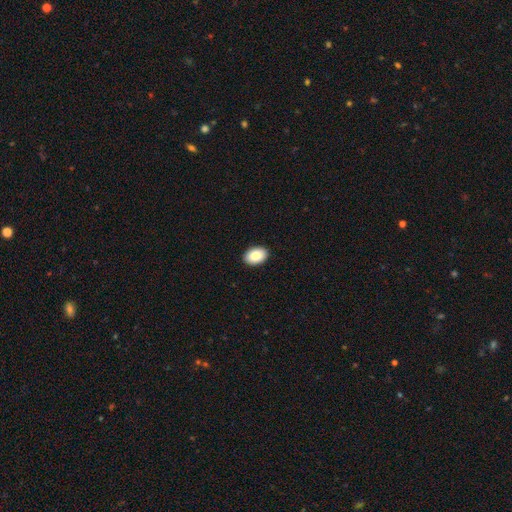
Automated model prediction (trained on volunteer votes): Q: Smooth or featured?
A: smooth (89%); runner-up: star or artifact (7%)
Q: How rounded?
A: in between (87%); runner-up: round (12%)
Q: Merging?
A: none (91%); runner-up: minor disturbance (7%)